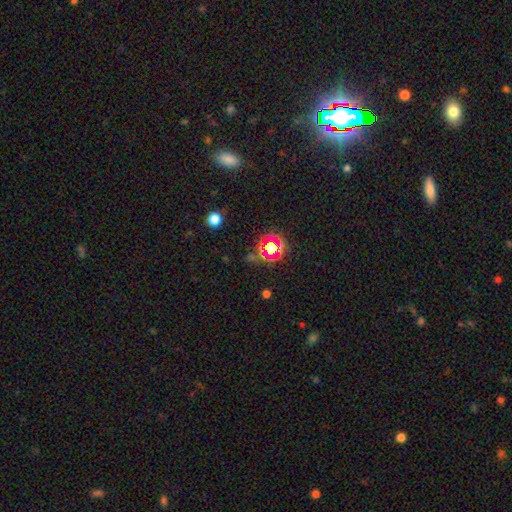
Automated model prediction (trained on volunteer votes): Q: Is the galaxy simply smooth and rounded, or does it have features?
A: star or artifact — 72%.